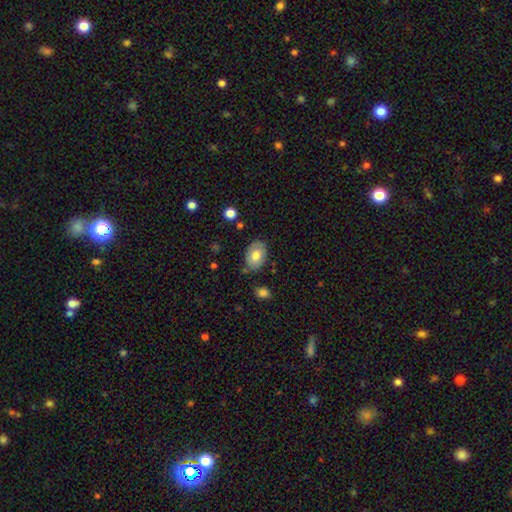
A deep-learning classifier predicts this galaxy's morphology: This is likely a smooth galaxy (74%). How rounded: clearly in between (86%). Merging: likely none (75%).